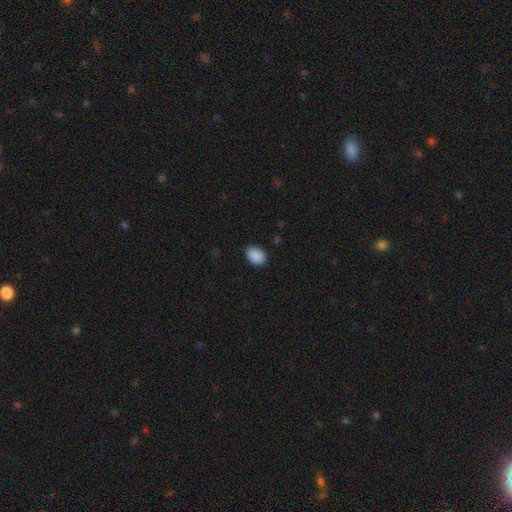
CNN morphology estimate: Q: Smooth or featured?
A: smooth (90%); runner-up: star or artifact (8%)
Q: How rounded?
A: in between (75%); runner-up: round (24%)
Q: Merging?
A: none (86%); runner-up: minor disturbance (11%)